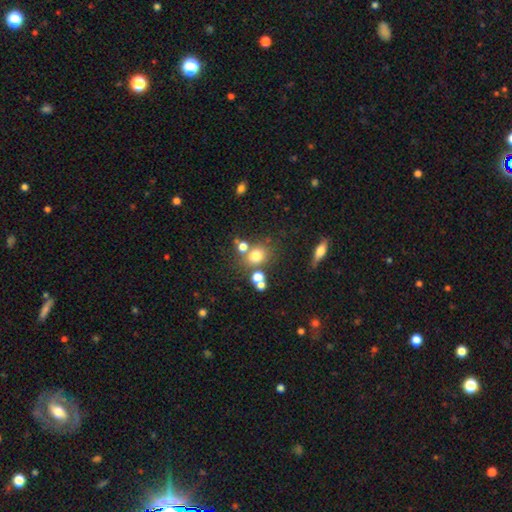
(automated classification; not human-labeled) This is likely a smooth galaxy (72%). How rounded: likely round (71%). Merging: likely none (60%).